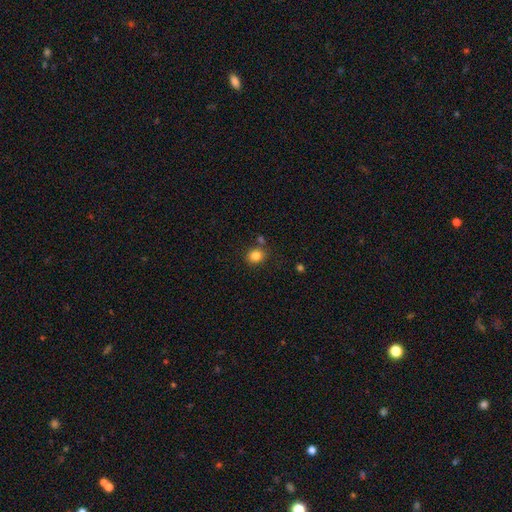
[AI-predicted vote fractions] Smooth or featured? smooth (83%)
How rounded? round (66%)
Merging? none (78%)